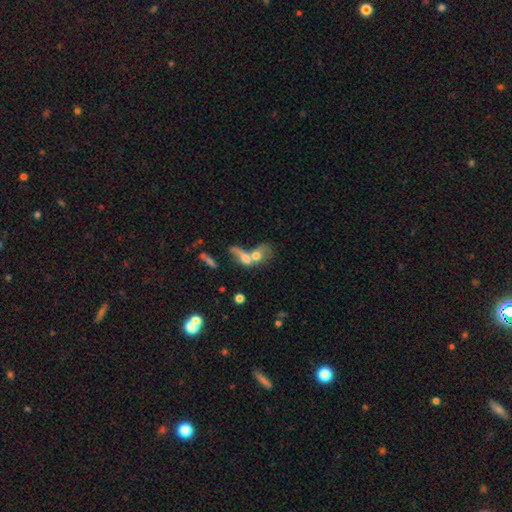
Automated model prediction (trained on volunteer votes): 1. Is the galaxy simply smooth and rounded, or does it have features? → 59% smooth, 30% featured or disk, 11% star or artifact.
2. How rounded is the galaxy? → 61% in between, 31% round, 8% cigar-shaped.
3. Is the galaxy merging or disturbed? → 69% merger, 13% major disturbance, 12% none, 6% minor disturbance.